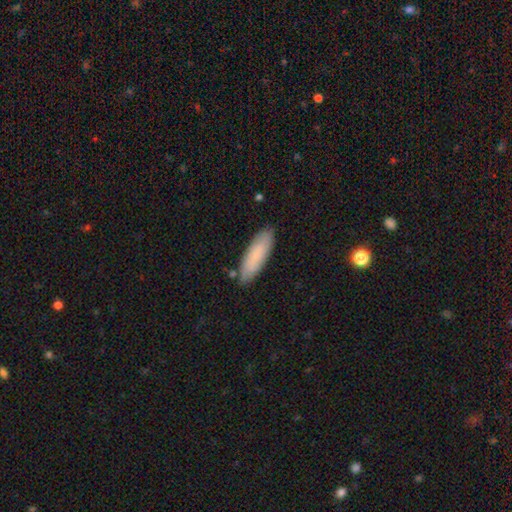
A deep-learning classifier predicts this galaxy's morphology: smooth_or_featured: smooth (p=0.82) [alt: featured or disk p=0.12]
how_rounded: in between (p=0.52) [alt: cigar-shaped p=0.47]
merging: none (p=0.83) [alt: minor disturbance p=0.12]